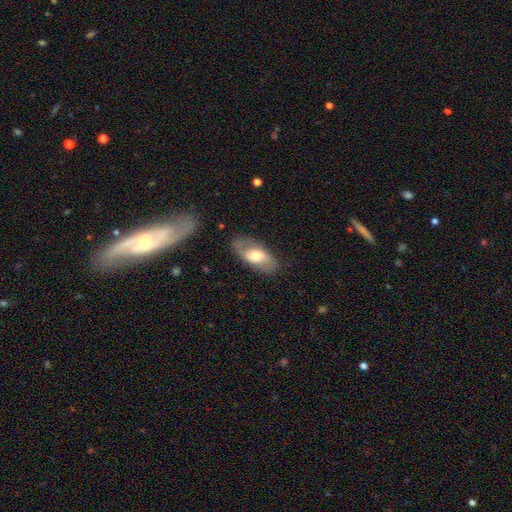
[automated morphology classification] A featured or disk galaxy (52%). Merging: none (78%).